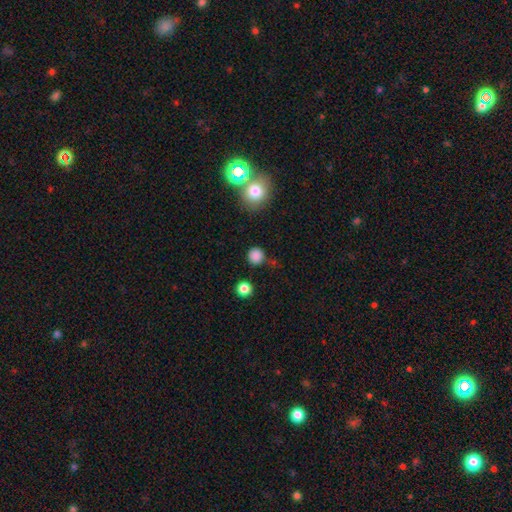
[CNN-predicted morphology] smooth-or-featured: smooth: 83% | star or artifact: 13% | featured or disk: 4%
  how-rounded: round: 91% | in between: 8% | cigar-shaped: 1%
  merging: none: 80% | minor disturbance: 11% | merger: 5% | major disturbance: 4%